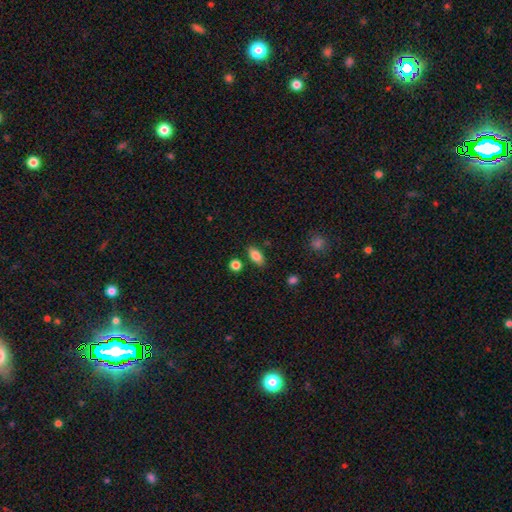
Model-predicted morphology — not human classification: This is clearly a smooth galaxy (85%). How rounded: clearly in between (88%). Merging: clearly none (81%).